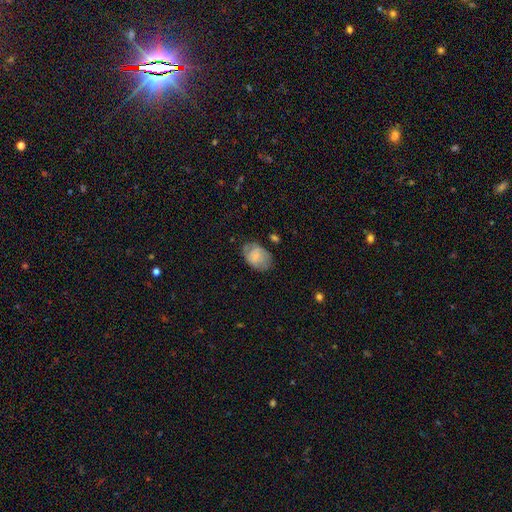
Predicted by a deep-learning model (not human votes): Overall: smooth (63%; featured or disk 29%). How rounded: in between (82%). Merging: none (62%; minor disturbance 27%).